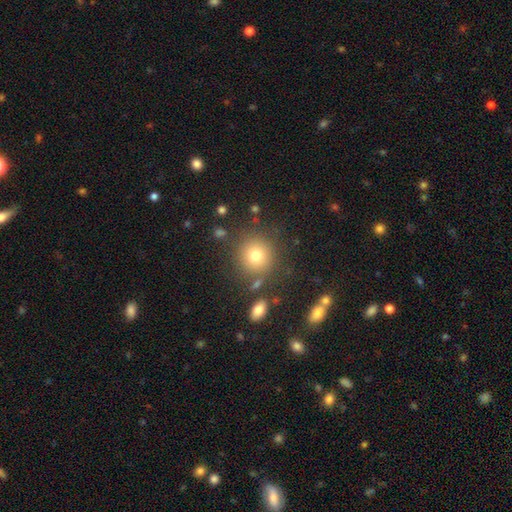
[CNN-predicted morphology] The model was most divided on "smooth or featured": smooth: 77%, star or artifact: 13%, featured or disk: 10%. More confident: how rounded — round (90%); merging — none (82%).